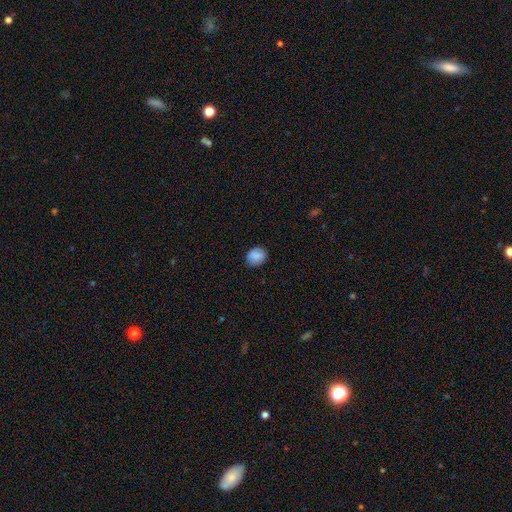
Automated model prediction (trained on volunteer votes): A smooth galaxy with no disk features (83%) that is round (57%).

Vote fractions:
- Smooth or featured? smooth: 83% / featured or disk: 9% / star or artifact: 8%
- How rounded? round: 57% / in between: 42% / cigar-shaped: 1%
- Merging? none: 80% / minor disturbance: 16% / major disturbance: 3% / merger: 1%